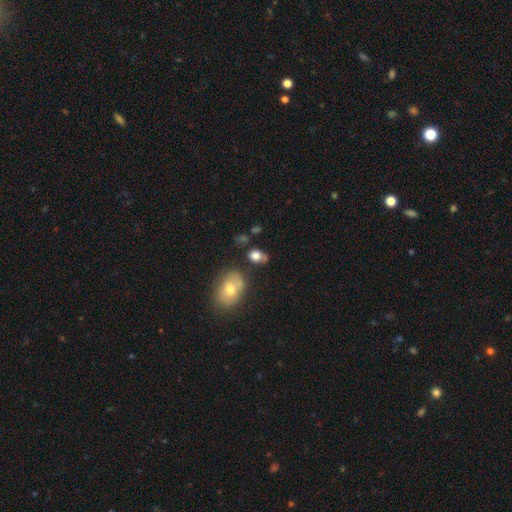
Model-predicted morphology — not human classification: A smooth galaxy with no disk features (78%) that is in between round and cigar-shaped (61%).

Vote fractions:
- Smooth or featured? smooth: 78% / featured or disk: 11% / star or artifact: 11%
- How rounded? in between: 61% / round: 37% / cigar-shaped: 2%
- Merging? none: 57% / minor disturbance: 21% / merger: 14% / major disturbance: 8%